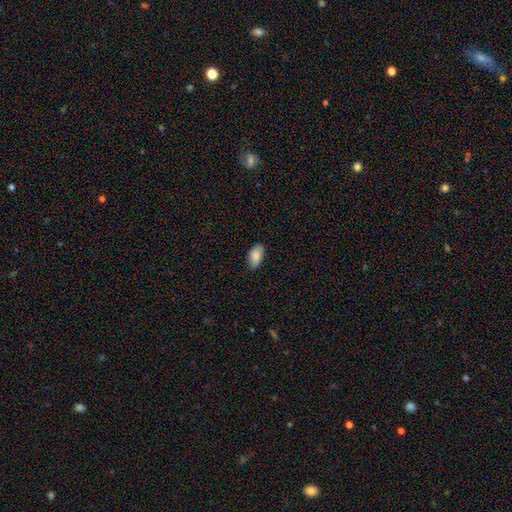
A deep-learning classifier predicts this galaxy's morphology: A smooth galaxy with no disk features (88%) that is in between round and cigar-shaped (94%).

Vote fractions:
- Smooth or featured? smooth: 88% / star or artifact: 7% / featured or disk: 6%
- How rounded? in between: 94% / round: 3% / cigar-shaped: 2%
- Merging? none: 85% / minor disturbance: 12% / major disturbance: 2% / merger: 1%